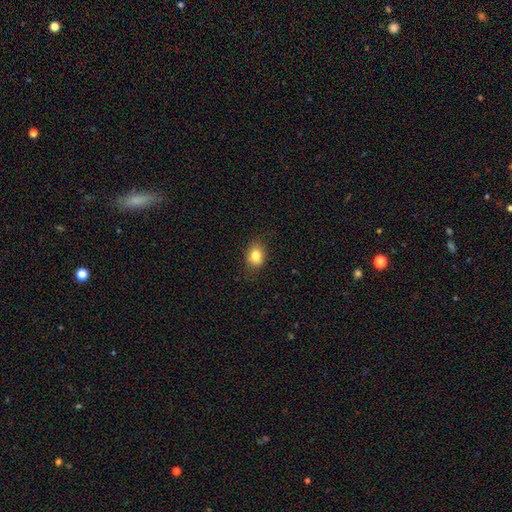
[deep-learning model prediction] Smooth or featured? Predicted: smooth (p=0.81). How rounded? Predicted: in between (p=0.56). Merging? Predicted: none (p=0.83).